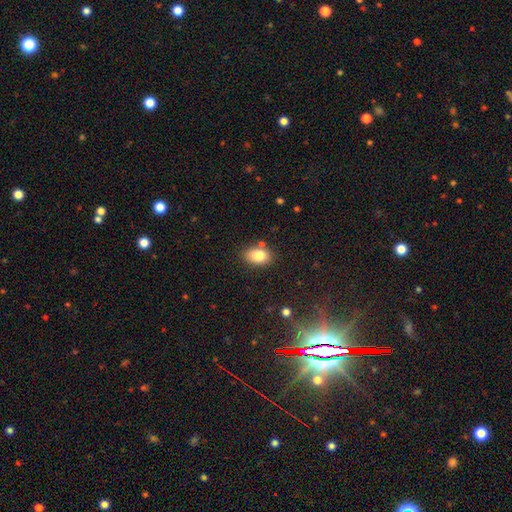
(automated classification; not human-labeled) Morphology: type=smooth (82%); roundness=in between (81%); merging=none (75%).